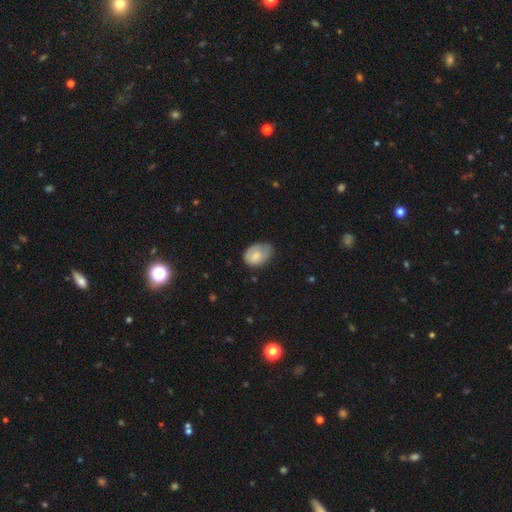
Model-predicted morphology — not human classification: Overall: smooth (78%). How rounded: in between (79%). Merging: none (44%; minor disturbance 43%).